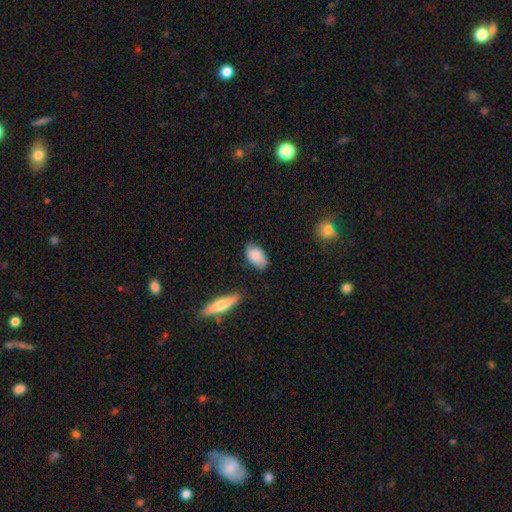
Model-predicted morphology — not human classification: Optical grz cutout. It shows a smooth galaxy with no disk features (85%) that is in between round and cigar-shaped (91%). Merging: none (64%).